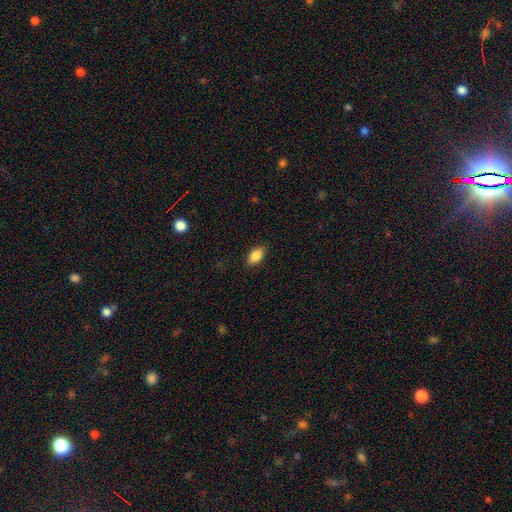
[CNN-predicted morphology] Smooth or featured? smooth (88%)
How rounded? in between (90%)
Merging? none (86%)